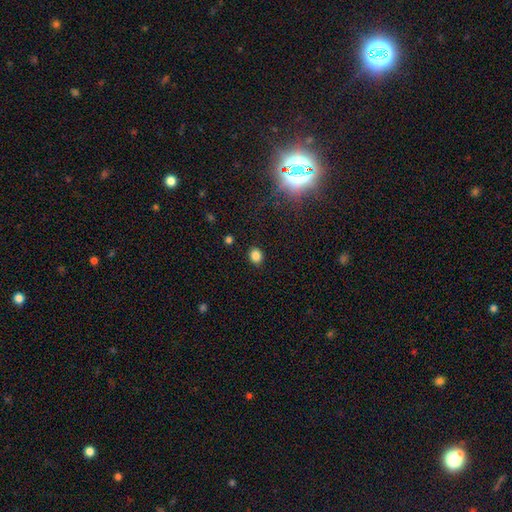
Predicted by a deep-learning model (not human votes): Smooth or featured?
  - smooth: 83% *
  - star or artifact: 13%
  - featured or disk: 4%
How rounded?
  - round: 62% *
  - in between: 37%
  - cigar-shaped: 1%
Merging?
  - none: 89% *
  - minor disturbance: 8%
  - major disturbance: 2%
  - merger: 1%